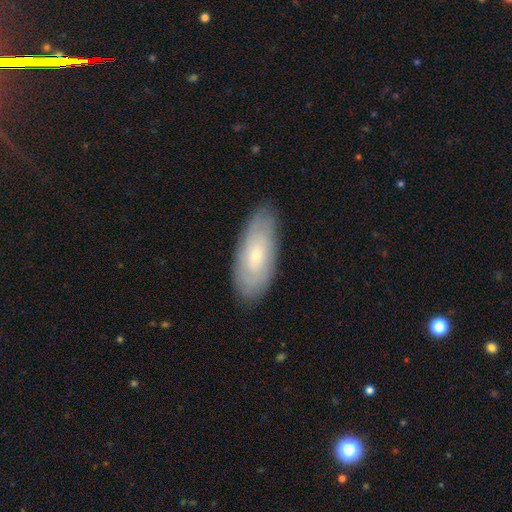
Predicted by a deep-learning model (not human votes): Overall: featured or disk (50%; smooth 43%). Edge-on disk: no (86%). Merging: none (83%).